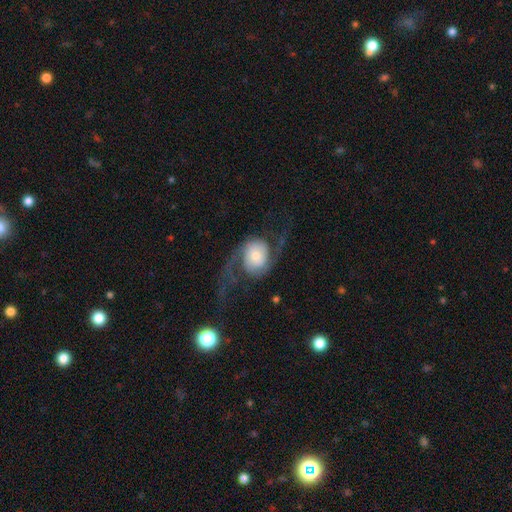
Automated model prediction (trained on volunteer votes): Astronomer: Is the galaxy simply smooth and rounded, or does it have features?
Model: featured or disk — 76%.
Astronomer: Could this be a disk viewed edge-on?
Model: no — 97%.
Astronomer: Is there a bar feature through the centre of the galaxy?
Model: no — 69%.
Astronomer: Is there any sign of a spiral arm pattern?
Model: yes — 94%.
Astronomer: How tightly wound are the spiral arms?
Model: loose — 65%.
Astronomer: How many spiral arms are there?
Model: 2 — 90%.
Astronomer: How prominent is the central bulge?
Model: moderate — 40% (runner-up: small, 36%).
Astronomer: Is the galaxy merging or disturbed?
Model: none — 54% (runner-up: major disturbance, 29%).